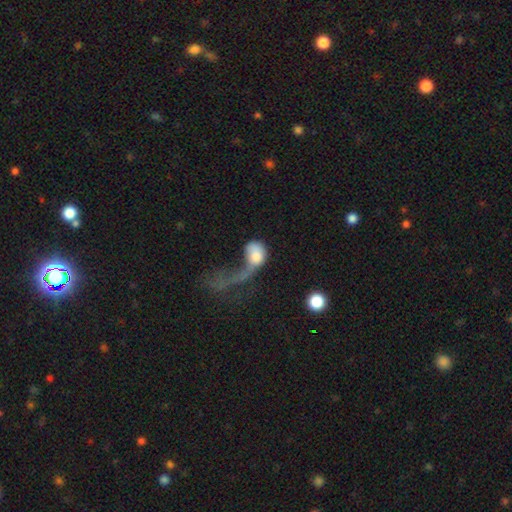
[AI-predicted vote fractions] Overall: smooth (65%; featured or disk 27%). How rounded: in between (57%; round 39%). Merging: major disturbance (73%).